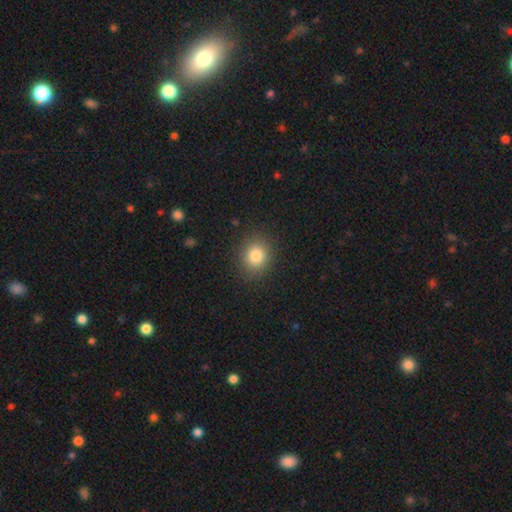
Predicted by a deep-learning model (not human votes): Smooth or featured?
  - smooth: 82% *
  - star or artifact: 11%
  - featured or disk: 7%
How rounded?
  - round: 74% *
  - in between: 25%
  - cigar-shaped: 1%
Merging?
  - none: 88% *
  - minor disturbance: 8%
  - major disturbance: 3%
  - merger: 1%